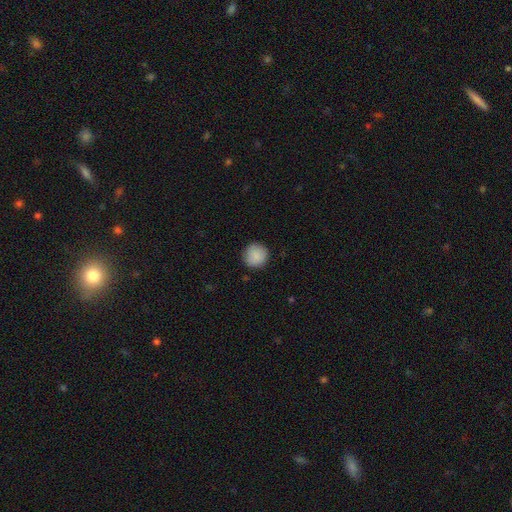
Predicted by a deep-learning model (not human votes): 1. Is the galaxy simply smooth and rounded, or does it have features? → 89% smooth, 7% star or artifact, 4% featured or disk.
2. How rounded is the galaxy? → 93% round, 6% in between, 1% cigar-shaped.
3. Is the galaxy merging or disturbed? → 88% none, 9% minor disturbance, 2% major disturbance, 1% merger.